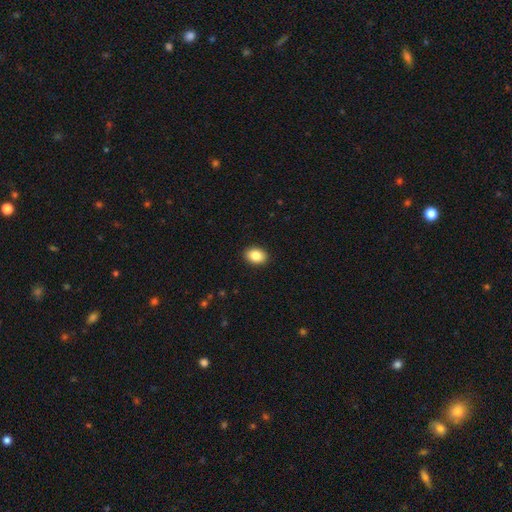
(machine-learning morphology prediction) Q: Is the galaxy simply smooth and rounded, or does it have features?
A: smooth — 86%.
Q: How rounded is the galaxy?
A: in between — 74%.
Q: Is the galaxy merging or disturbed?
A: none — 92%.